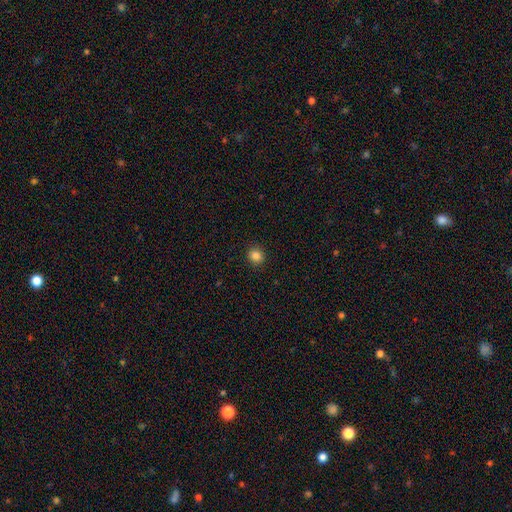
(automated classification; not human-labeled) Overall: smooth (84%). How rounded: round (84%). Merging: none (92%).